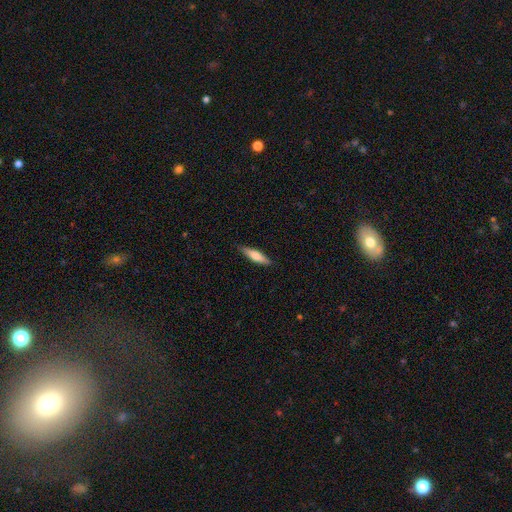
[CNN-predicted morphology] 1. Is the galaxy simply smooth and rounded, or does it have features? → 66% smooth, 29% featured or disk, 6% star or artifact.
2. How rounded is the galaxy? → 75% cigar-shaped, 23% in between, 2% round.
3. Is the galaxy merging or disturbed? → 87% none, 10% minor disturbance, 2% major disturbance, 1% merger.